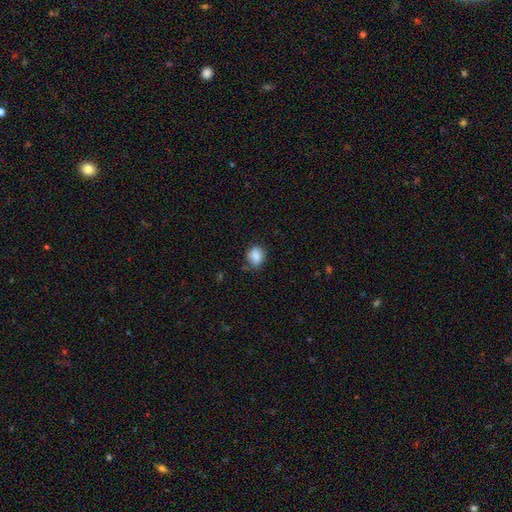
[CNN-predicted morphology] A smooth galaxy with no disk features (86%) that is round (60%).

Vote fractions:
- Smooth or featured? smooth: 86% / star or artifact: 9% / featured or disk: 5%
- How rounded? round: 60% / in between: 39% / cigar-shaped: 1%
- Merging? none: 66% / minor disturbance: 26% / major disturbance: 6% / merger: 2%